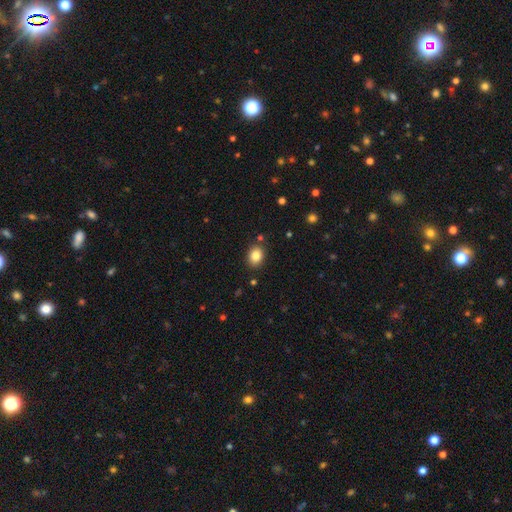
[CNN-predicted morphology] smooth 85%, star or artifact 10%, featured or disk 6%. Down the decision tree: how rounded — in between (61%); merging — none (85%).